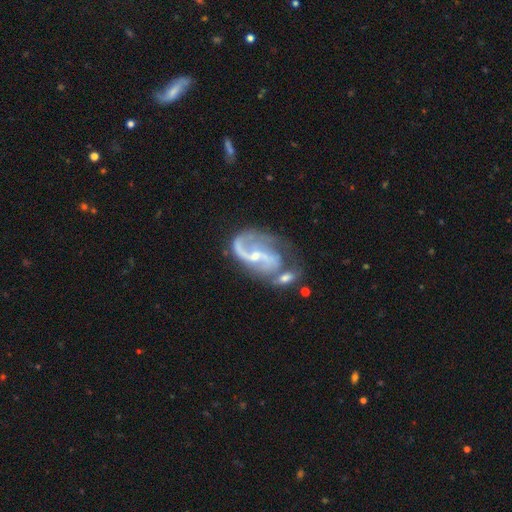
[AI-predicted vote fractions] This appears to be a featured or disk galaxy (88%) with a weak bar (44%), 2 (78%) loose (47%) spiral arms (94%) and a small central bulge (64%). Merging: merger (37%).